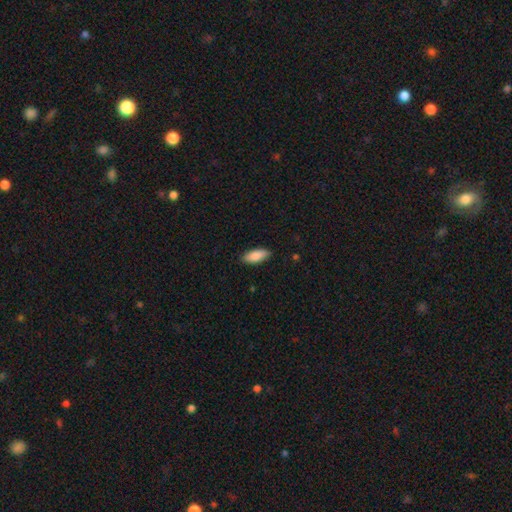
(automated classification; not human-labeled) Overall: smooth (87%). How rounded: in between (78%). Merging: none (87%).